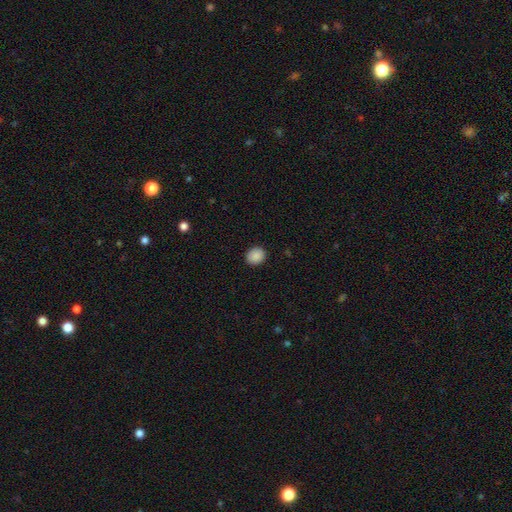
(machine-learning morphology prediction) smooth_or_featured: smooth (p=0.89) [alt: star or artifact p=0.09]
how_rounded: round (p=0.76) [alt: in between p=0.23]
merging: none (p=0.91) [alt: minor disturbance p=0.06]